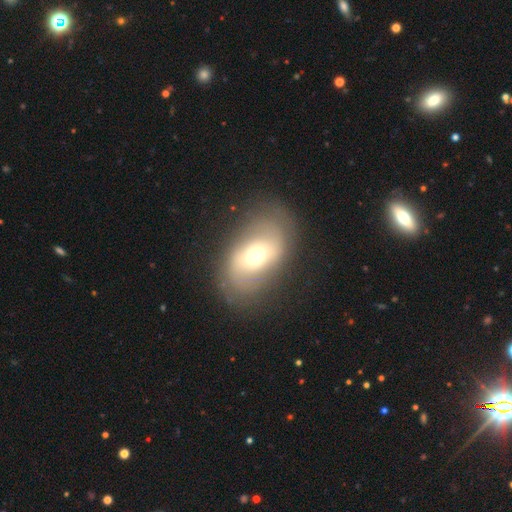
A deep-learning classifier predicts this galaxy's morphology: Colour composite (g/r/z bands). It shows a featured or disk galaxy (56%) with no bar (44%), spiral arms (65%) and a moderate central bulge (57%). Merging: none (77%).